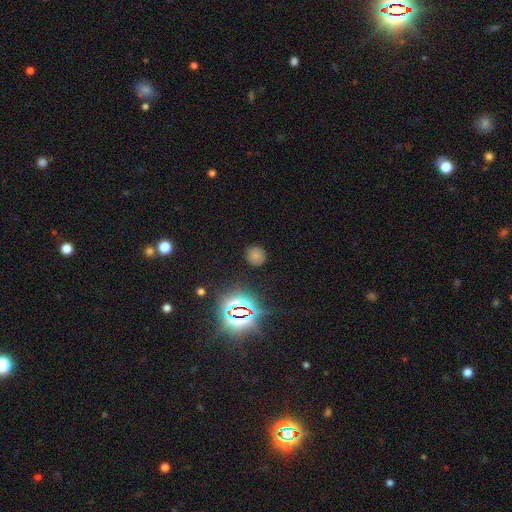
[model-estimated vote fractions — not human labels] smooth-or-featured: smooth: 67% | star or artifact: 25% | featured or disk: 8%
  how-rounded: round: 87% | in between: 12% | cigar-shaped: 1%
  merging: none: 86% | minor disturbance: 10% | major disturbance: 3% | merger: 1%